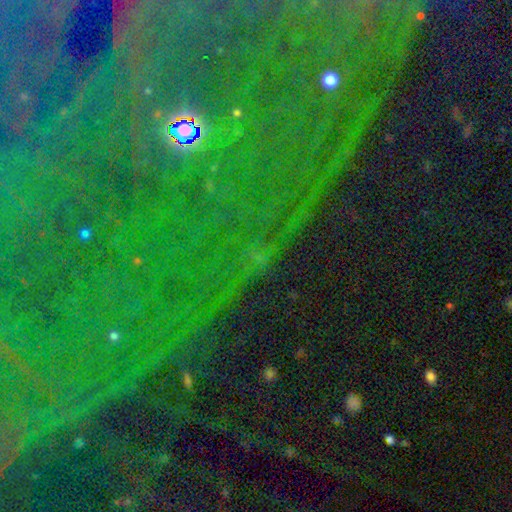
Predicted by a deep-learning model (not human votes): This appears to be a star or artifact, not a galaxy (82%).